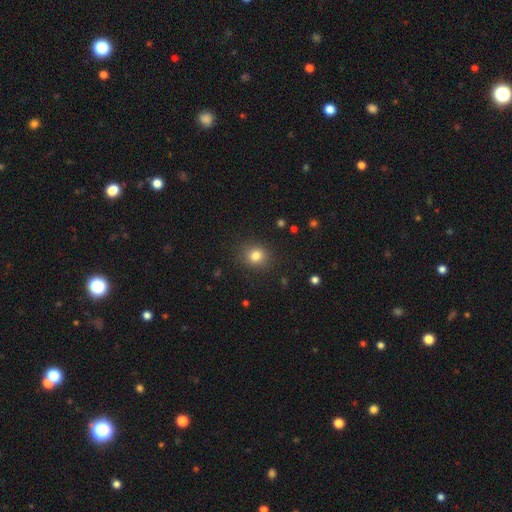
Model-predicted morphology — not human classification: Q: Smooth or featured?
A: smooth (81%); runner-up: star or artifact (12%)
Q: How rounded?
A: round (76%); runner-up: in between (24%)
Q: Merging?
A: none (88%); runner-up: minor disturbance (8%)